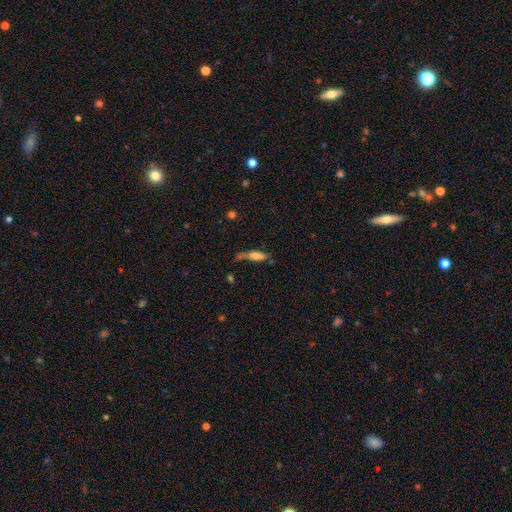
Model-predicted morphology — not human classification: type=smooth (63%); roundness=cigar-shaped (56%); merging=none (39%).